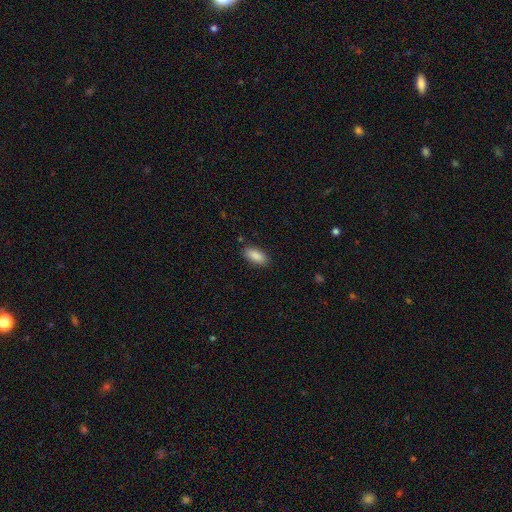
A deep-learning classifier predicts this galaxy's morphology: Smooth or featured: smooth — 89% (star or artifact — 7%)
How rounded: in between — 86% (cigar-shaped — 12%)
Merging: none — 87% (minor disturbance — 9%)